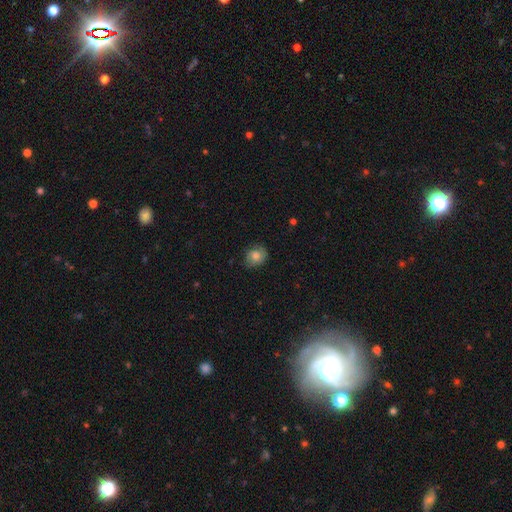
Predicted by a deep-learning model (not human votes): smooth_or_featured: smooth (p=0.74) [alt: featured or disk p=0.17]
how_rounded: round (p=0.59) [alt: in between p=0.40]
merging: none (p=0.74) [alt: minor disturbance p=0.20]